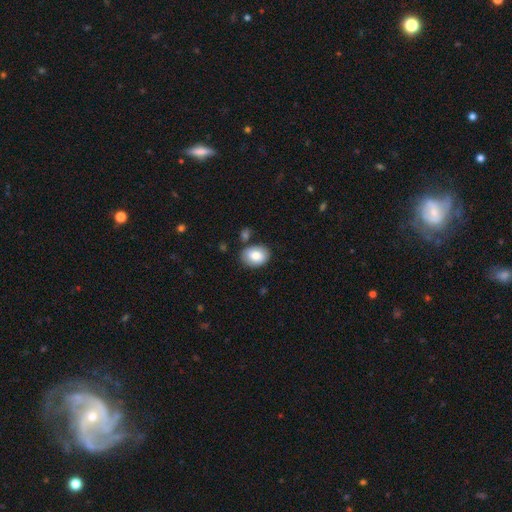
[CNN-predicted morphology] smooth 81%, featured or disk 11%, star or artifact 7%. Down the decision tree: how rounded — in between (70%); merging — none (78%).